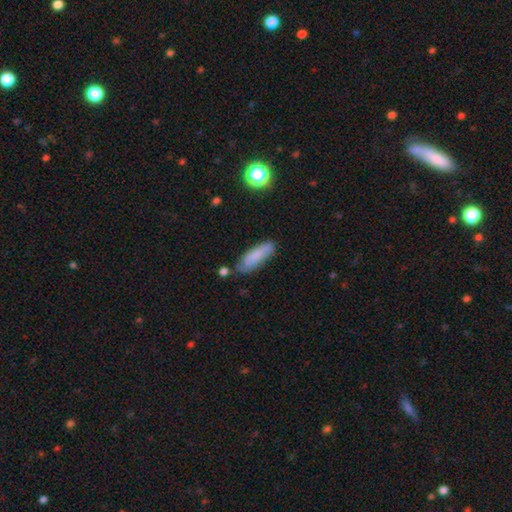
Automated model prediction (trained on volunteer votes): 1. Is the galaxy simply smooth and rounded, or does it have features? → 75% smooth, 17% featured or disk, 8% star or artifact.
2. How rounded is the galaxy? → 51% cigar-shaped, 46% in between, 2% round.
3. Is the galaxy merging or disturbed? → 68% none, 22% minor disturbance, 5% merger, 5% major disturbance.